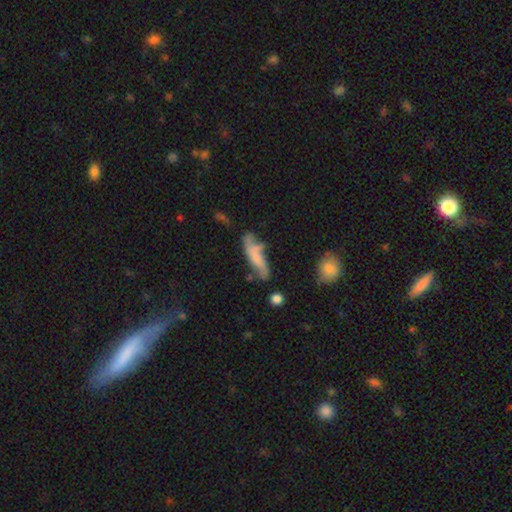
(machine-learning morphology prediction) Smooth or featured: smooth — 56% (featured or disk — 37%)
How rounded: cigar-shaped — 66% (in between — 31%)
Merging: none — 46% (minor disturbance — 28%)